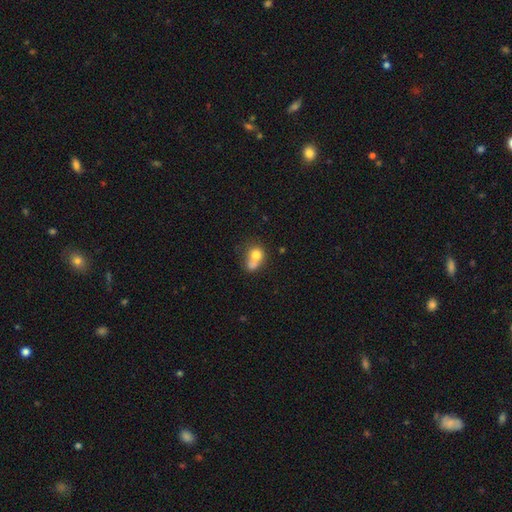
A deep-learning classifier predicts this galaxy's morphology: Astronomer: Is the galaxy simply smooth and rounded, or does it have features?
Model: smooth — 73%.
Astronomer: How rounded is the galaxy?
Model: round — 64%.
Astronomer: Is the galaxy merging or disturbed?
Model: merger — 59%.